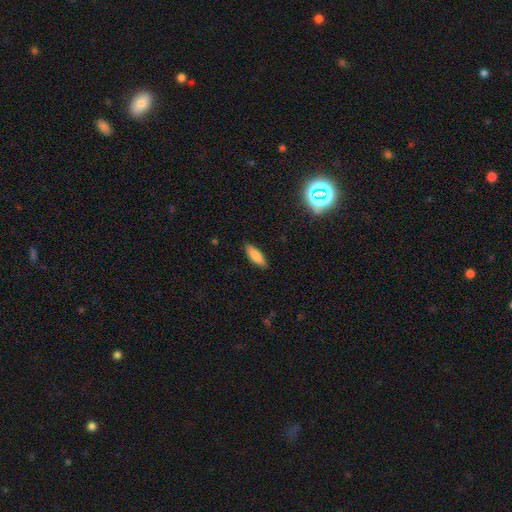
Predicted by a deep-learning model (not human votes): The model was most divided on "how rounded": in between: 61%, cigar-shaped: 37%, round: 2%. More confident: merging — none (88%); smooth or featured — smooth (81%).